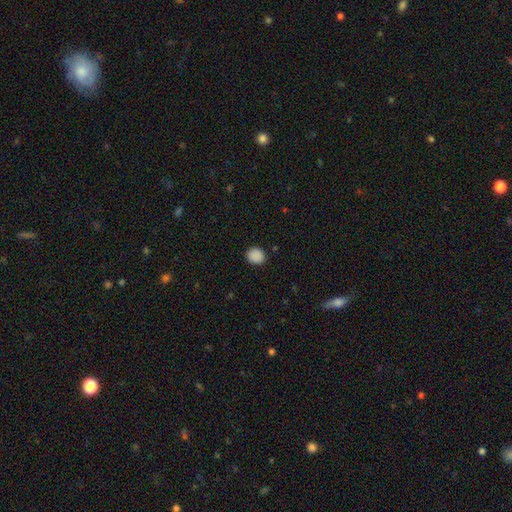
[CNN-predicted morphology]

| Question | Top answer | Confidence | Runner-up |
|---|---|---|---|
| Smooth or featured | smooth | 89% | star or artifact (9%) |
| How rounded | round | 69% | in between (30%) |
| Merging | none | 89% | minor disturbance (8%) |